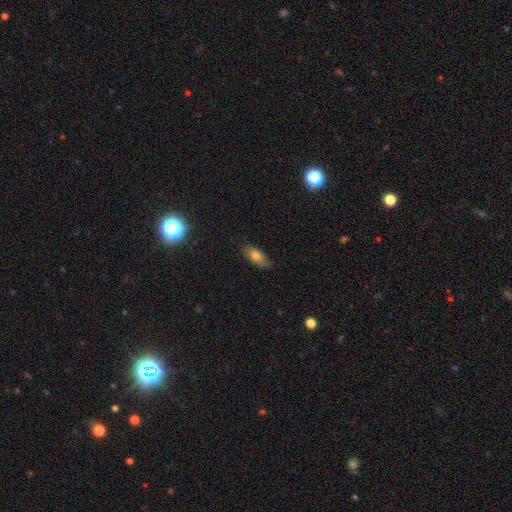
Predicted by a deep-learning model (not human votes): smooth_or_featured: smooth (p=0.76) [alt: featured or disk p=0.15]
how_rounded: in between (p=0.84) [alt: cigar-shaped p=0.12]
merging: none (p=0.82) [alt: minor disturbance p=0.14]